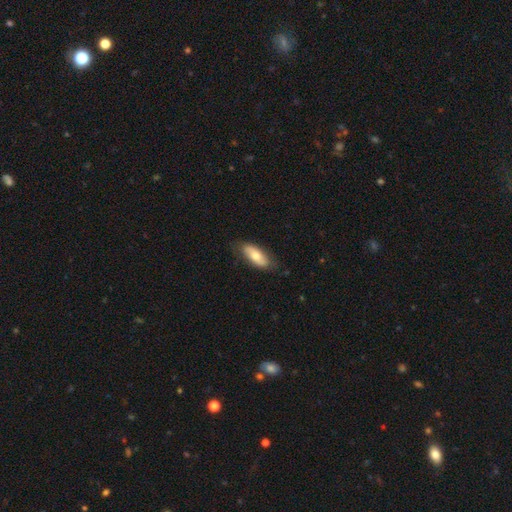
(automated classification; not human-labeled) A smooth galaxy with no disk features (64%) that is in between round and cigar-shaped (79%). Merging: none (76%).